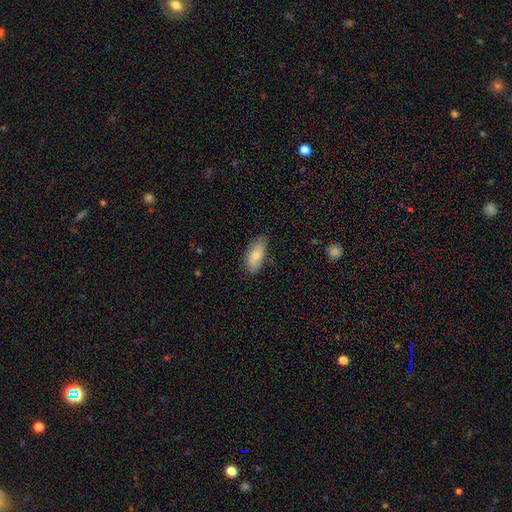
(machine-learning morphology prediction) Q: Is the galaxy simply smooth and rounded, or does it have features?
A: smooth — 82%.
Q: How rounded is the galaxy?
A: in between — 87%.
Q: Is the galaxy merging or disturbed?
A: none — 76%.